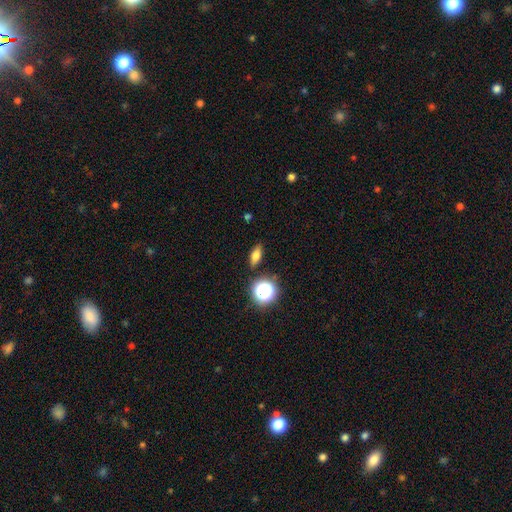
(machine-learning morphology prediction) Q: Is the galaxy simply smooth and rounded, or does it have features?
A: smooth — 67%.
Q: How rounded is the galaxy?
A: in between — 66%.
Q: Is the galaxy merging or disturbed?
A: none — 87%.